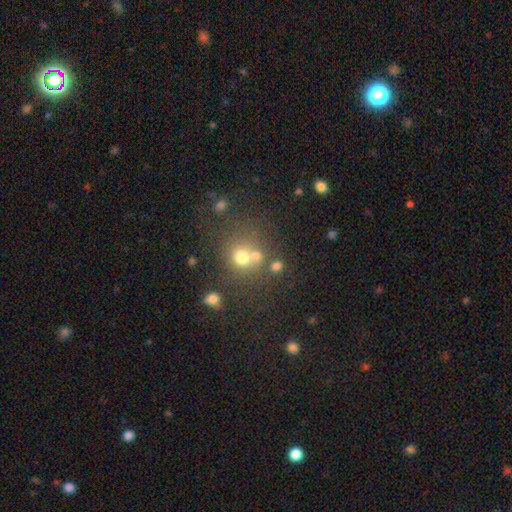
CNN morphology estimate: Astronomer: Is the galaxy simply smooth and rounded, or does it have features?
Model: smooth — 67%.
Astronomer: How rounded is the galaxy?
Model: round — 84%.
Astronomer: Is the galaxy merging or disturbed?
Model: none — 54% (runner-up: merger, 30%).